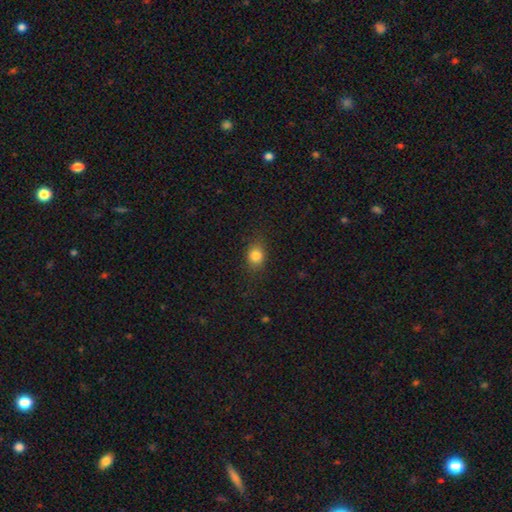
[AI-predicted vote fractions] This is clearly a smooth galaxy (82%). How rounded: possibly round (53%). Merging: clearly none (82%).